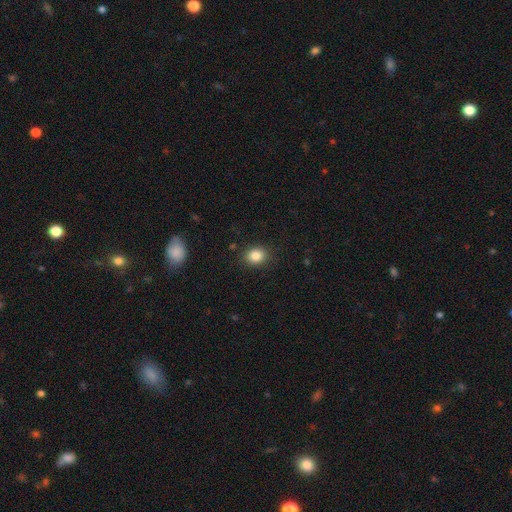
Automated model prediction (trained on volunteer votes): This appears to be a smooth galaxy with no disk features (85%) that is round (58%). Merging: none (87%).